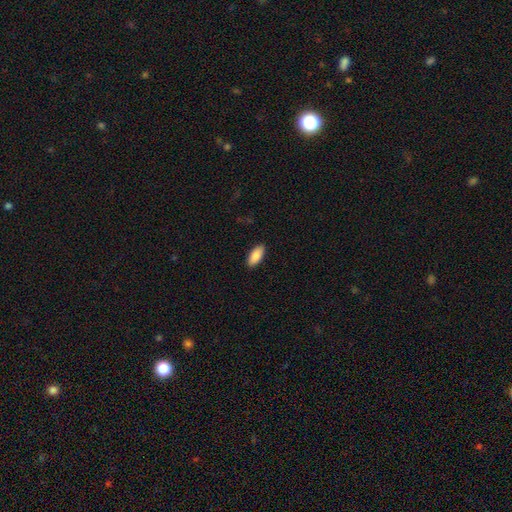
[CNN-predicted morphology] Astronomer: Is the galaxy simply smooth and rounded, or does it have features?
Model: smooth — 89%.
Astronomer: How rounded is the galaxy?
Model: in between — 89%.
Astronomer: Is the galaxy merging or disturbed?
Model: none — 90%.